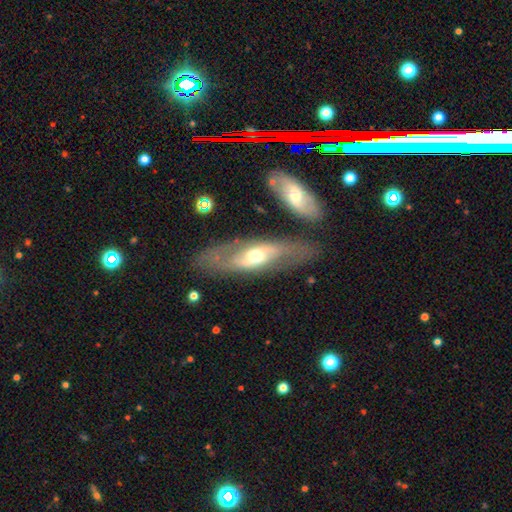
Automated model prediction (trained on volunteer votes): smooth_or_featured: featured or disk (p=0.67) [alt: smooth p=0.27]
disk_edge_on: no (p=0.73) [alt: yes p=0.27]
merging: none (p=0.70) [alt: minor disturbance p=0.16]